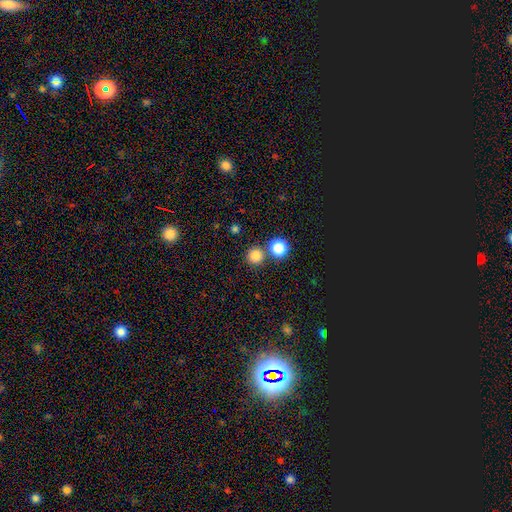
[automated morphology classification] A smooth galaxy with no disk features (83%) that is round (93%).

Vote fractions:
- Smooth or featured? smooth: 83% / star or artifact: 13% / featured or disk: 5%
- How rounded? round: 93% / in between: 6% / cigar-shaped: 1%
- Merging? none: 72% / merger: 20% / minor disturbance: 6% / major disturbance: 2%